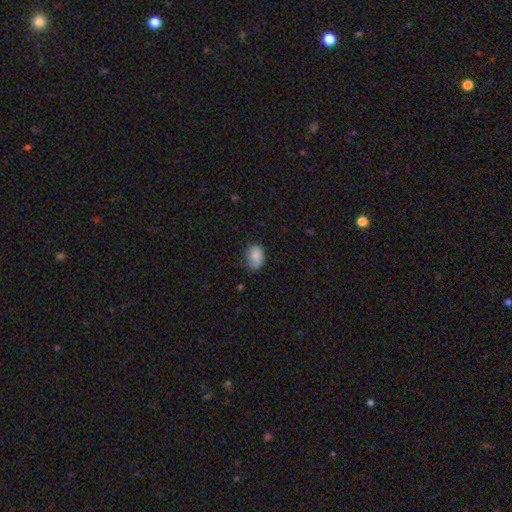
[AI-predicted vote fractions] Q: Smooth or featured?
A: smooth (84%); runner-up: star or artifact (8%)
Q: How rounded?
A: in between (79%); runner-up: round (20%)
Q: Merging?
A: none (61%); runner-up: minor disturbance (30%)